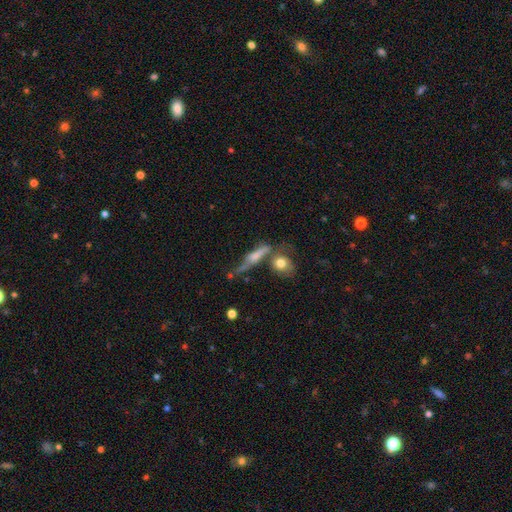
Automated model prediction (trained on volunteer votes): featured or disk 46%, smooth 44%, star or artifact 10%. Down the decision tree: merging — none (38%).